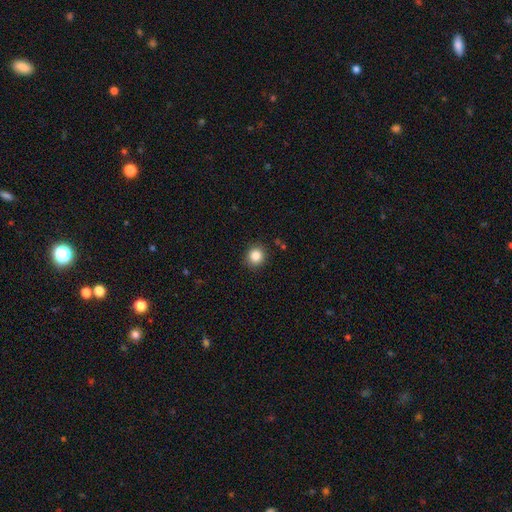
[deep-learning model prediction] Morphology: type=smooth (85%); roundness=round (90%); merging=none (90%).